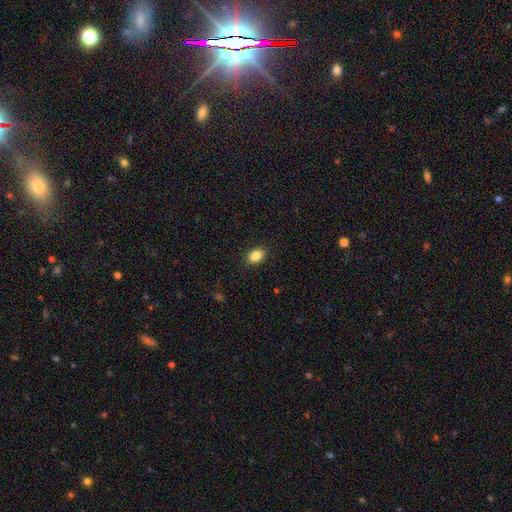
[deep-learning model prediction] Q: Smooth or featured?
A: smooth (86%); runner-up: star or artifact (9%)
Q: How rounded?
A: in between (82%); runner-up: round (17%)
Q: Merging?
A: none (89%); runner-up: minor disturbance (8%)